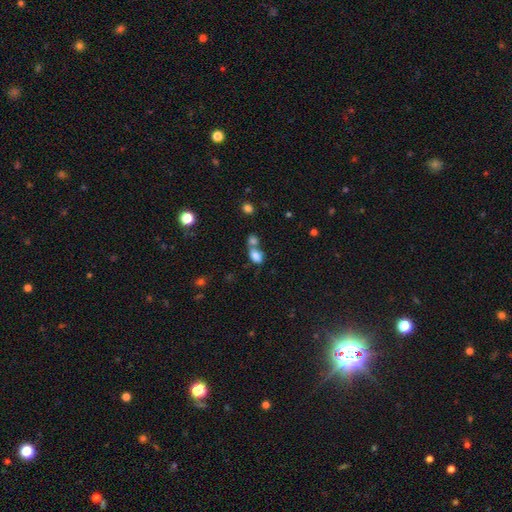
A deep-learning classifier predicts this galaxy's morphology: Smooth or featured?
  - smooth: 78% *
  - star or artifact: 11%
  - featured or disk: 10%
How rounded?
  - in between: 83% *
  - round: 14%
  - cigar-shaped: 2%
Merging?
  - merger: 54% *
  - none: 29%
  - minor disturbance: 11%
  - major disturbance: 6%